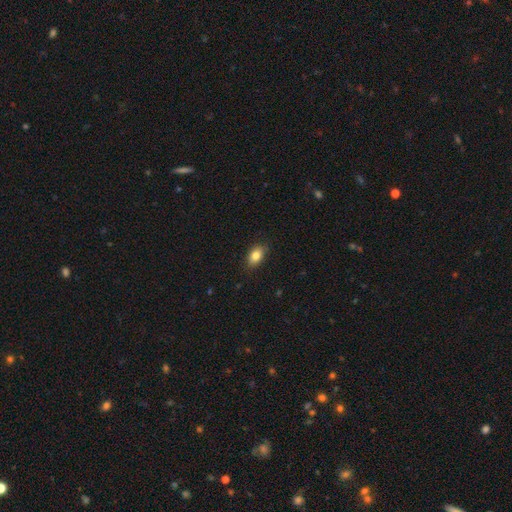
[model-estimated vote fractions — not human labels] Morphology: type=smooth (83%); roundness=in between (87%); merging=none (86%).